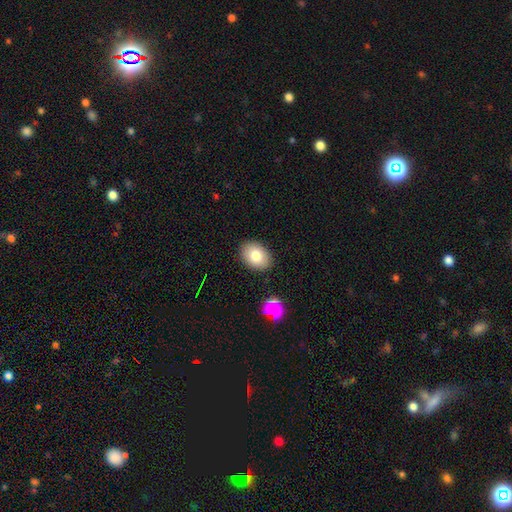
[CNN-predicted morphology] smooth-or-featured: smooth: 80% | featured or disk: 11% | star or artifact: 9%
  how-rounded: in between: 79% | round: 20% | cigar-shaped: 1%
  merging: none: 88% | minor disturbance: 9% | major disturbance: 2% | merger: 2%